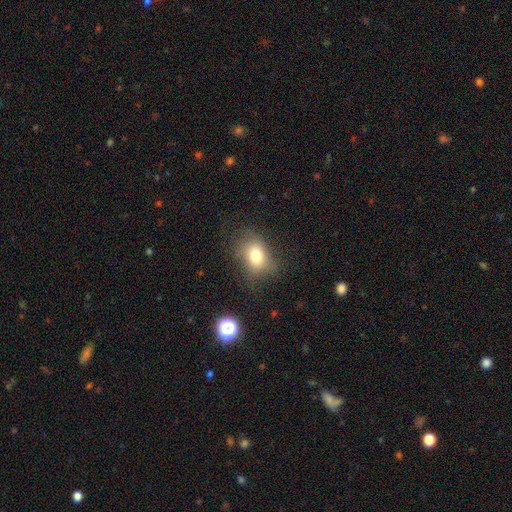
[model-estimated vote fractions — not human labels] The model was most divided on "how rounded": in between: 66%, round: 32%, cigar-shaped: 1%. More confident: smooth or featured — smooth (75%); merging — none (69%).